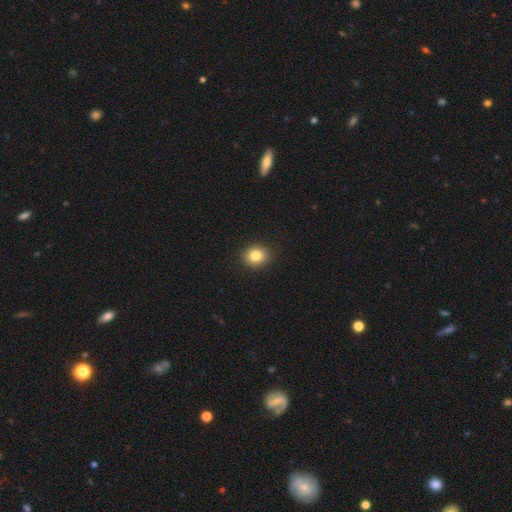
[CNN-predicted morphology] Smooth or featured? Predicted: smooth (p=0.83). How rounded? Predicted: round (p=0.68). Merging? Predicted: none (p=0.90).